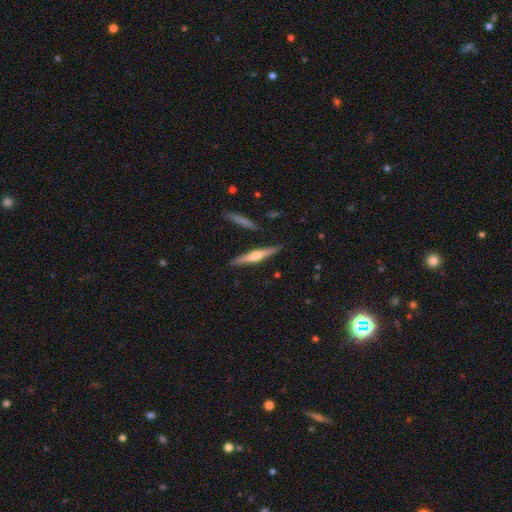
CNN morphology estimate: This is likely a featured or disk galaxy (61%). It is clearly viewed edge-on (97%). Edge-on bulge: clearly rounded (84%). Merging: clearly none (88%).